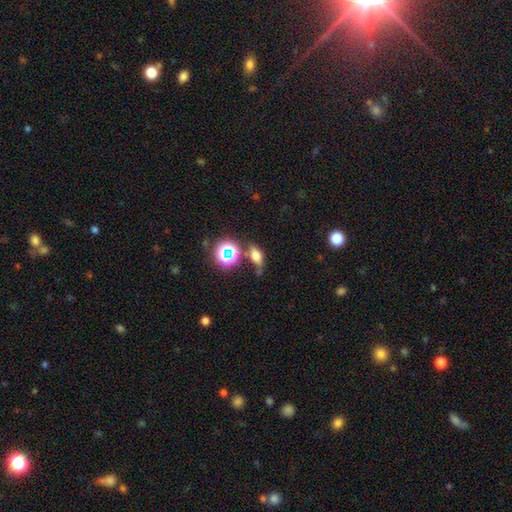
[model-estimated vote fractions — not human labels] smooth-or-featured: smooth: 57% | star or artifact: 22% | featured or disk: 22%
  how-rounded: in between: 65% | round: 19% | cigar-shaped: 16%
  merging: none: 56% | minor disturbance: 22% | merger: 12% | major disturbance: 10%